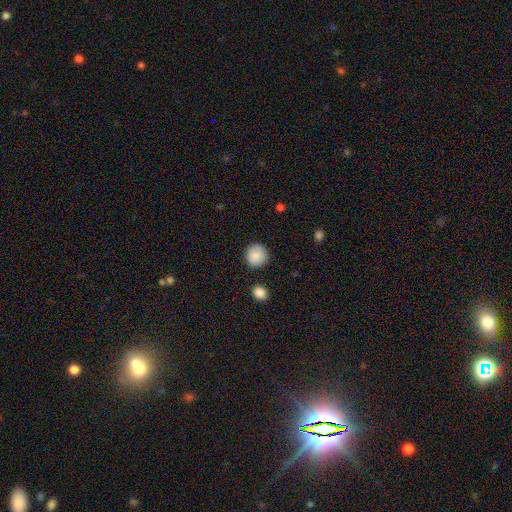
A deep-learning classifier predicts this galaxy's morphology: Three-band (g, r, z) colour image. It shows a smooth galaxy with no disk features (88%) that is round (92%). Merging: none (87%).